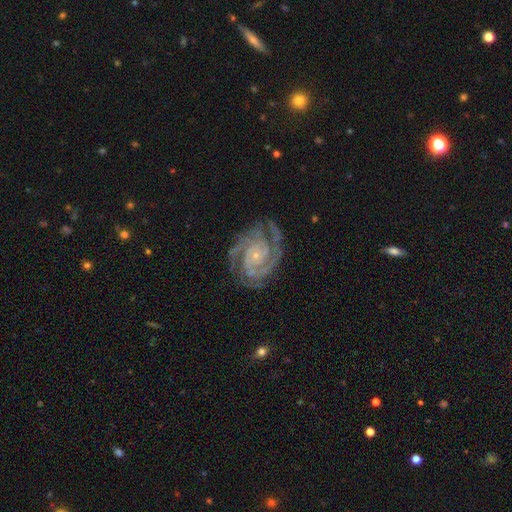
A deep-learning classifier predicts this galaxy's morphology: smooth_or_featured: featured or disk (p=0.92) [alt: star or artifact p=0.05]
disk_edge_on: no (p=0.98) [alt: yes p=0.02]
bar: no (p=0.69) [alt: weak p=0.22]
has_spiral_arms: yes (p=0.98) [alt: no p=0.02]
spiral_winding: tight (p=0.69) [alt: medium p=0.28]
spiral_arm_count: 2 (p=0.42) [alt: 3 p=0.27]
bulge_size: small (p=0.84) [alt: moderate p=0.11]
merging: none (p=0.76) [alt: minor disturbance p=0.16]